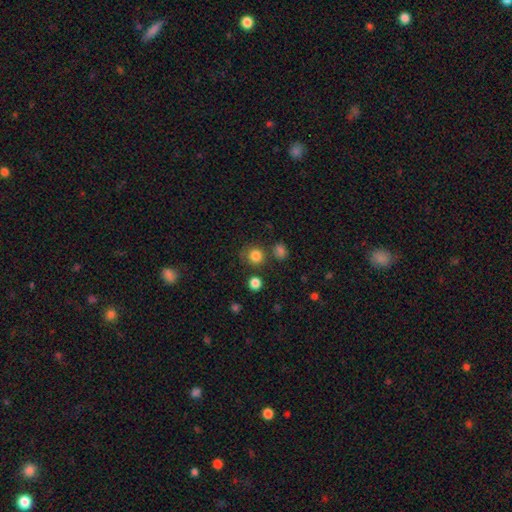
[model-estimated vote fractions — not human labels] smooth 82%, star or artifact 13%, featured or disk 5%. Down the decision tree: how rounded — round (91%); merging — none (75%).